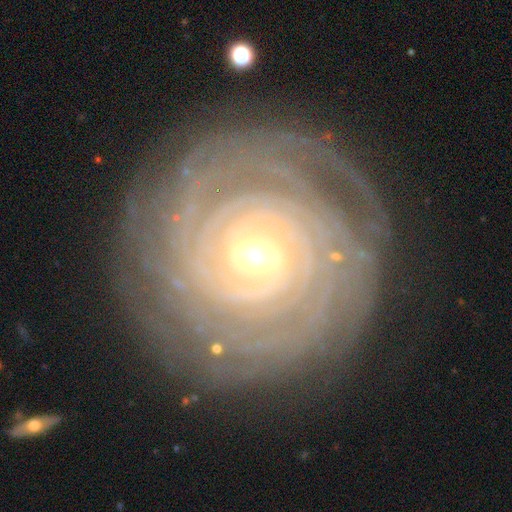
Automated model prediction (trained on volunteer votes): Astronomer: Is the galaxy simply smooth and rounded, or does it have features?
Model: featured or disk — 90%.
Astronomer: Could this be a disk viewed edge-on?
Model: no — 97%.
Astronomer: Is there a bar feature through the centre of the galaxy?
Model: weak — 44% (runner-up: strong, 32%).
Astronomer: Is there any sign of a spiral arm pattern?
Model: yes — 98%.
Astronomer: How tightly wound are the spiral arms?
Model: tight — 91%.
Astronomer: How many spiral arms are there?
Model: can't tell — 24% (runner-up: 4, 19%).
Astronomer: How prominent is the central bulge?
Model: moderate — 54% (runner-up: small, 42%).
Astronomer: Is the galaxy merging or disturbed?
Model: none — 85%.